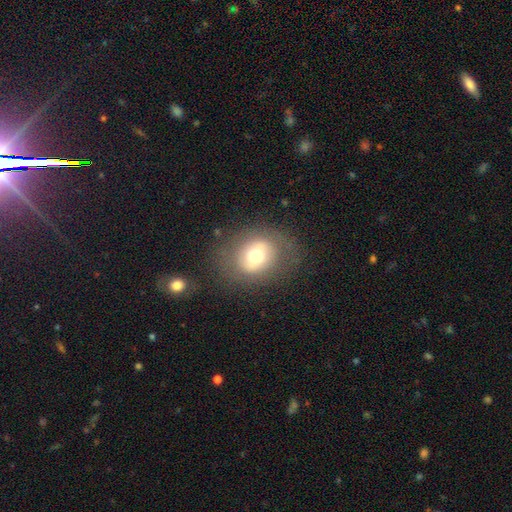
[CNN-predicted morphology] Overall: smooth (57%; featured or disk 33%). How rounded: round (63%; in between 36%). Merging: none (75%).